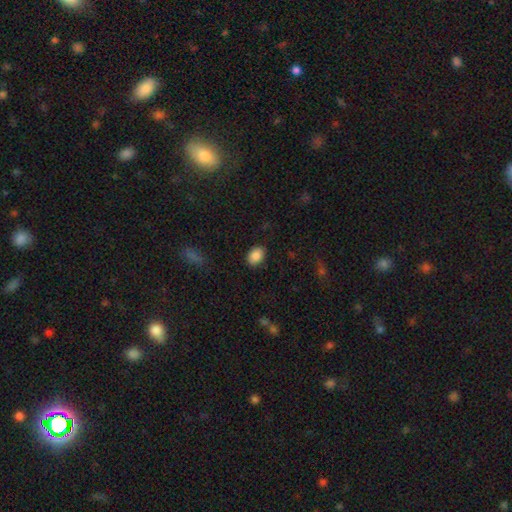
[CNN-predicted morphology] Overall: smooth (87%). How rounded: in between (77%). Merging: none (86%).